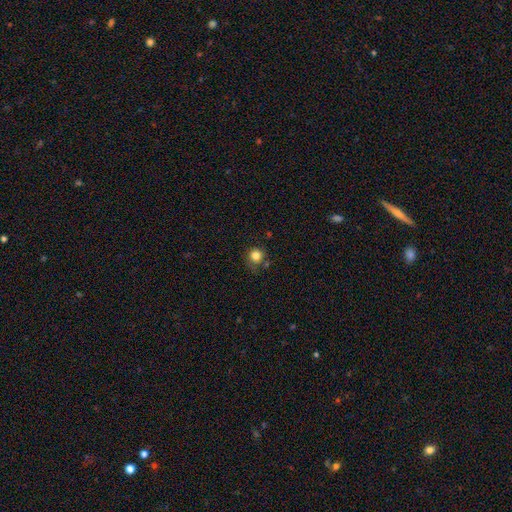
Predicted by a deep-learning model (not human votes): Smooth or featured?
  - smooth: 82% *
  - star or artifact: 12%
  - featured or disk: 6%
How rounded?
  - round: 90% *
  - in between: 9%
  - cigar-shaped: 1%
Merging?
  - none: 71% *
  - minor disturbance: 19%
  - major disturbance: 6%
  - merger: 5%